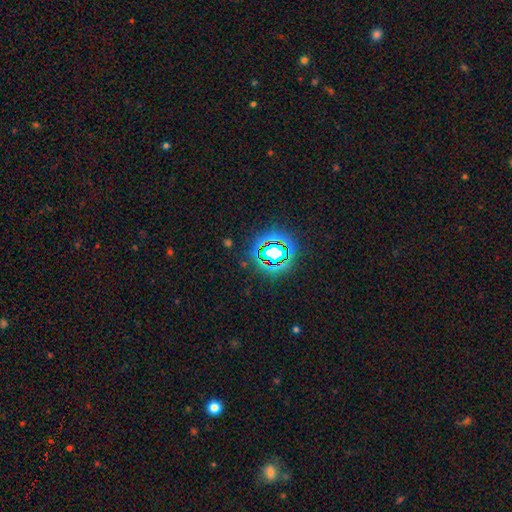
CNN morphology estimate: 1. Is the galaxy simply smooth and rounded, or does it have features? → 78% star or artifact, 15% smooth, 7% featured or disk.